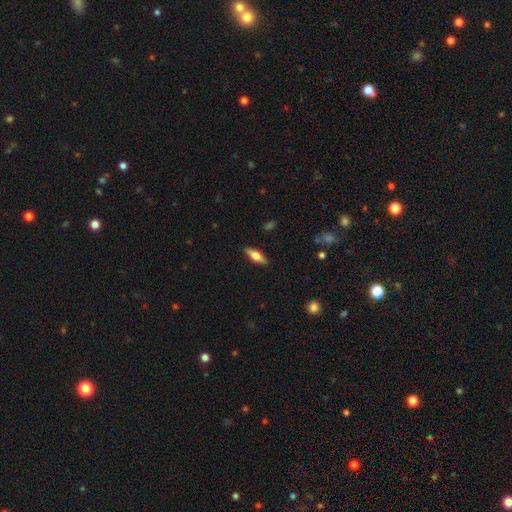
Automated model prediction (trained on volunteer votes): A smooth galaxy with no disk features (54%) that is in between round and cigar-shaped (56%).

Vote fractions:
- Smooth or featured? smooth: 54% / featured or disk: 39% / star or artifact: 7%
- How rounded? in between: 56% / cigar-shaped: 41% / round: 3%
- Merging? none: 88% / minor disturbance: 9% / major disturbance: 2% / merger: 1%